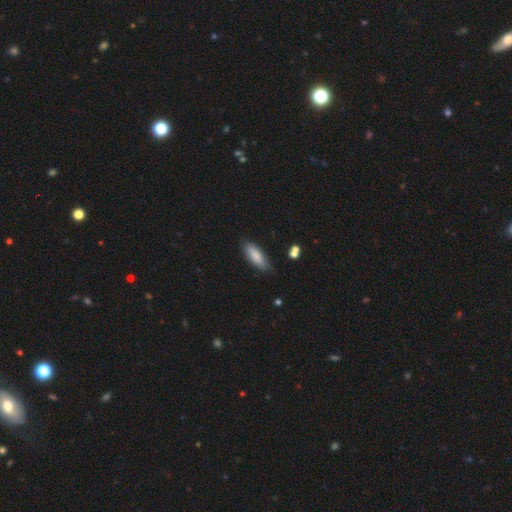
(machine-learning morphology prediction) smooth_or_featured: smooth (p=0.84) [alt: featured or disk p=0.10]
how_rounded: in between (p=0.65) [alt: cigar-shaped p=0.33]
merging: none (p=0.83) [alt: minor disturbance p=0.13]